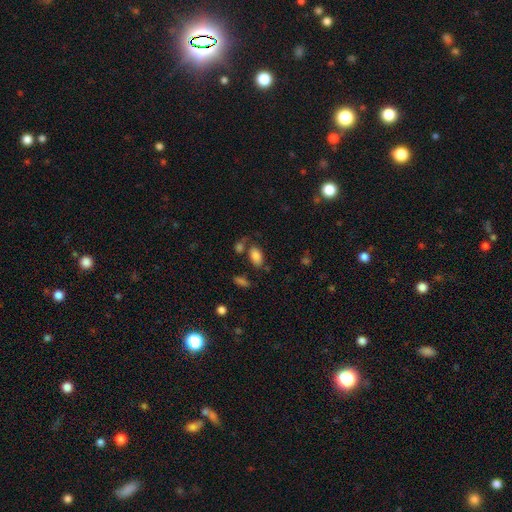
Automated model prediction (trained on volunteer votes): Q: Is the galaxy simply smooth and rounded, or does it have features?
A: smooth — 84%.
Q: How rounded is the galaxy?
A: in between — 93%.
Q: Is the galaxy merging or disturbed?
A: none — 63%.